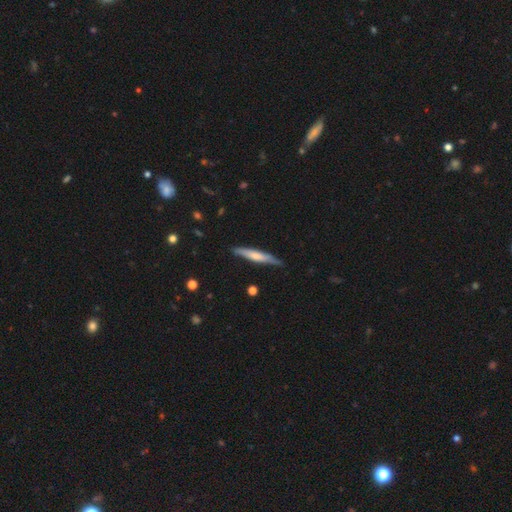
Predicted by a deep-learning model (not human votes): This appears to be a smooth galaxy with no disk features (50%) that is cigar-shaped (91%). Merging: none (80%).